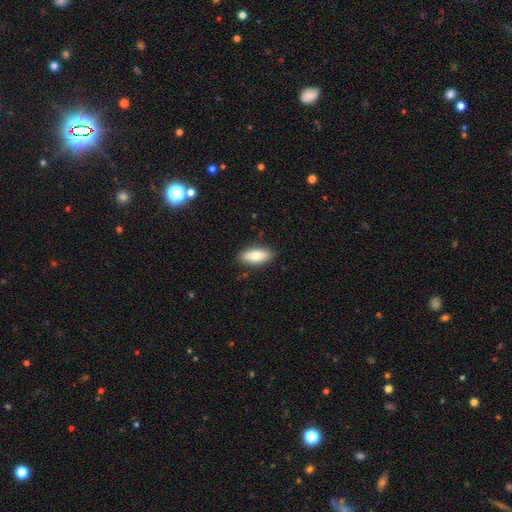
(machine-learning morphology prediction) The model was most divided on "smooth or featured": smooth: 79%, featured or disk: 14%, star or artifact: 6%. More confident: merging — none (87%); how rounded — in between (85%).